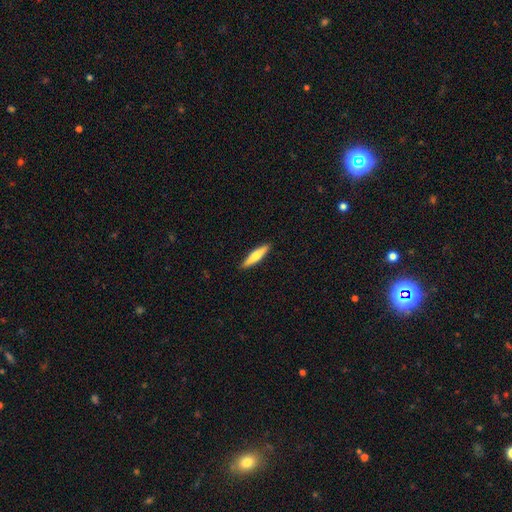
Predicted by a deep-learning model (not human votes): Overall: smooth (64%; featured or disk 31%). How rounded: cigar-shaped (86%). Merging: none (92%).